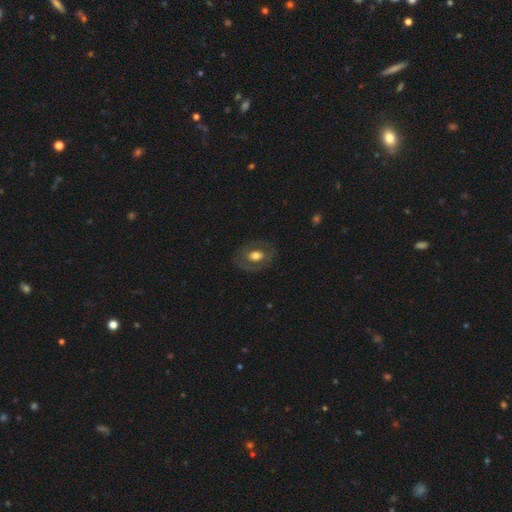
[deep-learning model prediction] Overall: smooth (48%; featured or disk 45%). Merging: none (79%).